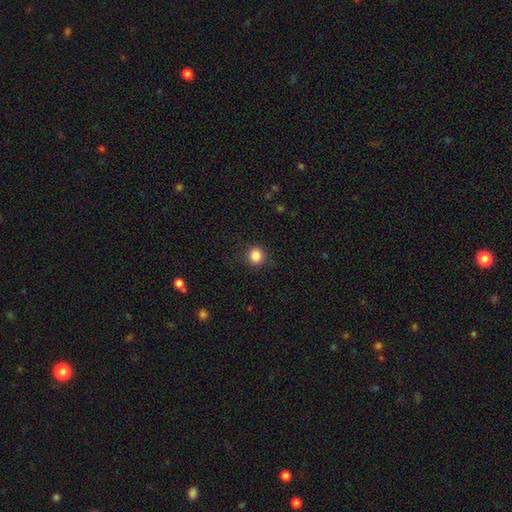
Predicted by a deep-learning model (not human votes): The model was most divided on "smooth or featured": smooth: 86%, star or artifact: 10%, featured or disk: 4%. More confident: how rounded — round (90%); merging — none (89%).